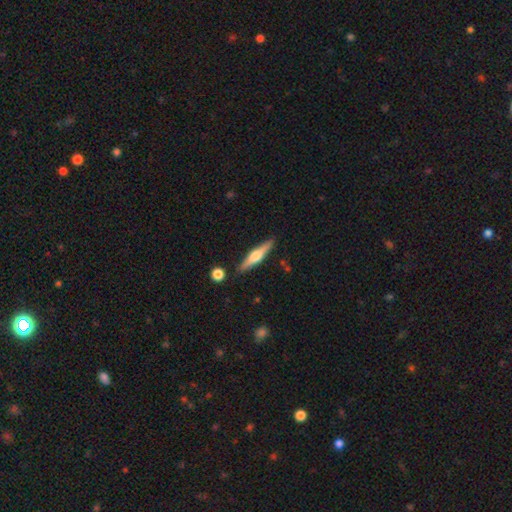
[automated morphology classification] Smooth or featured: featured or disk — 63% (smooth — 31%)
Edge-on disk: yes — 97% (no — 3%)
Edge-on bulge: rounded — 91% (boxy — 6%)
Merging: none — 87% (minor disturbance — 8%)